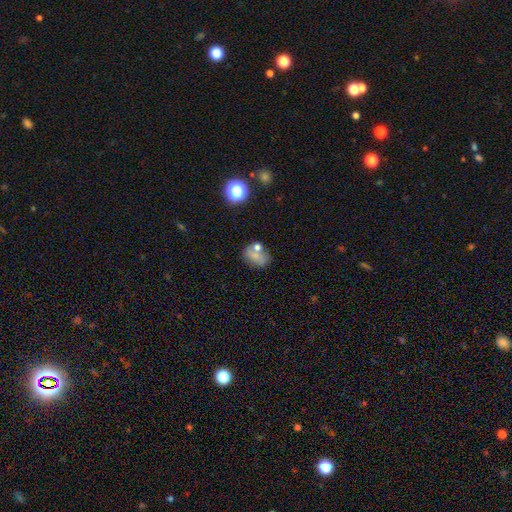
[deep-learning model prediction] smooth-or-featured: smooth: 64% | featured or disk: 21% | star or artifact: 15%
  how-rounded: in between: 71% | round: 28% | cigar-shaped: 2%
  merging: none: 52% | merger: 20% | minor disturbance: 19% | major disturbance: 9%